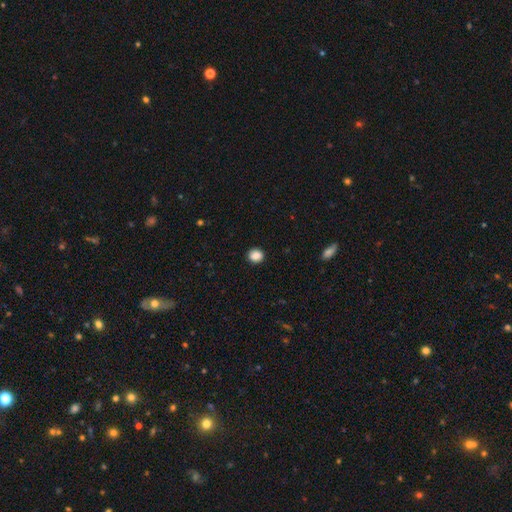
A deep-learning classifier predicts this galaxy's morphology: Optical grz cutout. It shows a smooth galaxy with no disk features (87%) that is round (84%). Merging: none (91%).